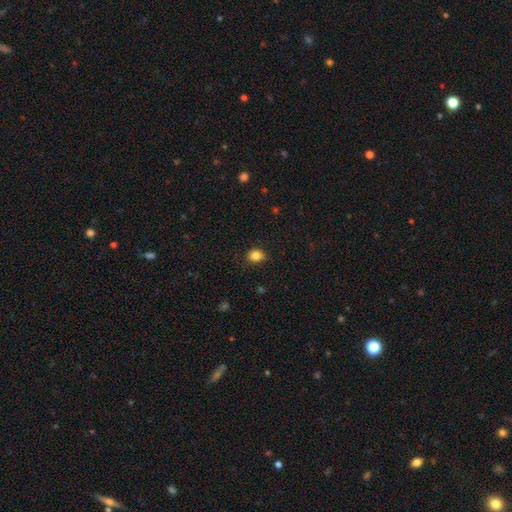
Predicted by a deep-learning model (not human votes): Q: Smooth or featured?
A: smooth (84%); runner-up: star or artifact (11%)
Q: How rounded?
A: round (63%); runner-up: in between (36%)
Q: Merging?
A: none (86%); runner-up: minor disturbance (11%)